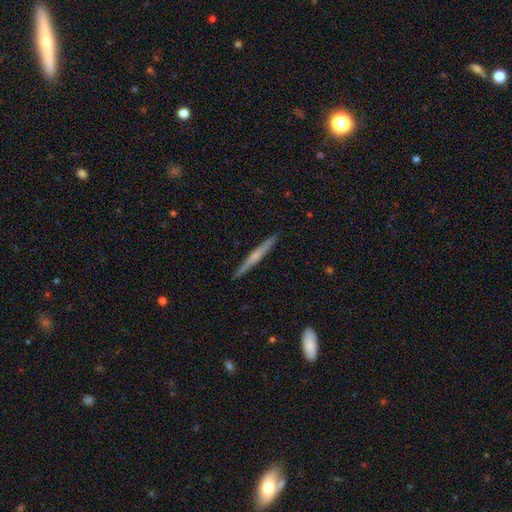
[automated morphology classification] smooth-or-featured: featured or disk: 62% | smooth: 33% | star or artifact: 6%
  disk-edge-on: yes: 98% | no: 2%
    edge-on-bulge: rounded: 49% | none: 43% | boxy: 8%
  merging: none: 92% | minor disturbance: 6% | major disturbance: 1% | merger: 1%